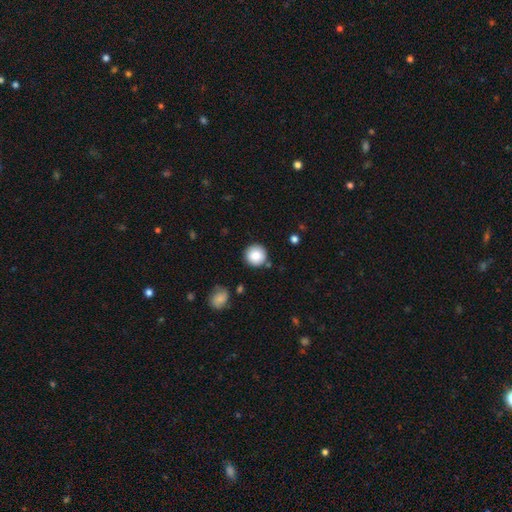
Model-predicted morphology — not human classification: Overall: smooth (85%). How rounded: round (95%). Merging: none (87%).